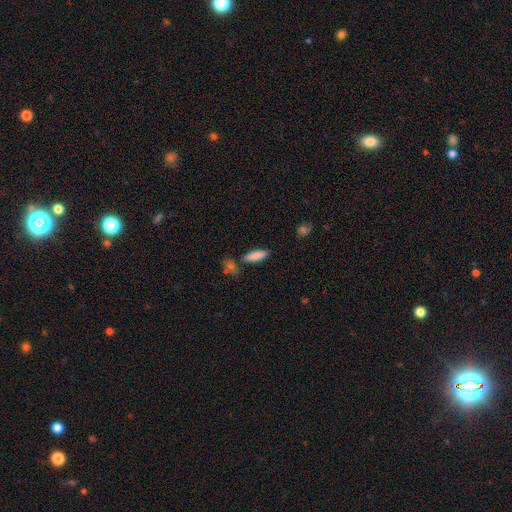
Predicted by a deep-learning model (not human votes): Smooth or featured?
  - smooth: 85% *
  - featured or disk: 8%
  - star or artifact: 7%
How rounded?
  - cigar-shaped: 55% *
  - in between: 43%
  - round: 2%
Merging?
  - none: 78% *
  - minor disturbance: 12%
  - merger: 8%
  - major disturbance: 3%